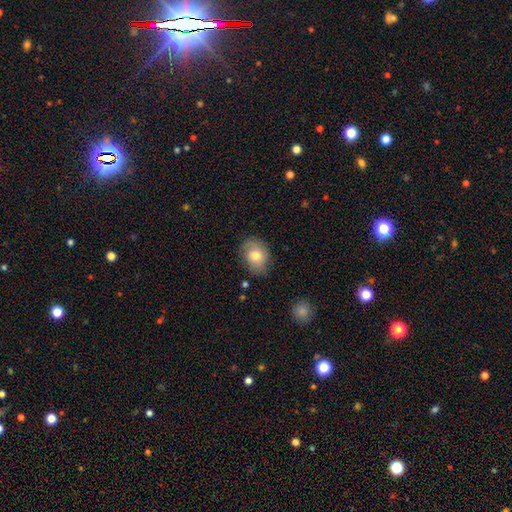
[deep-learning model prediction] A smooth galaxy with no disk features (64%) that is in between round and cigar-shaped (57%).

Vote fractions:
- Smooth or featured? smooth: 64% / featured or disk: 28% / star or artifact: 8%
- How rounded? in between: 57% / round: 42% / cigar-shaped: 1%
- Merging? none: 70% / minor disturbance: 22% / major disturbance: 6% / merger: 2%